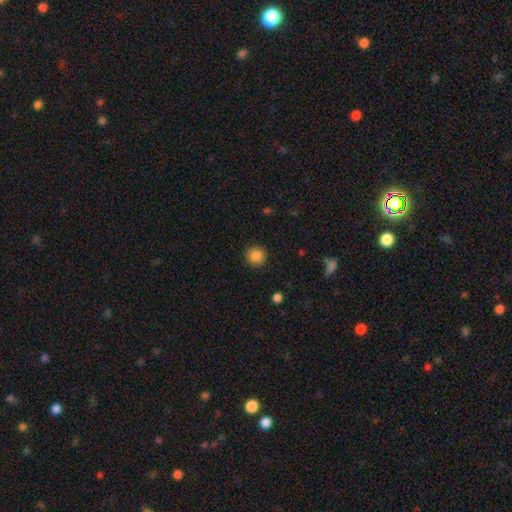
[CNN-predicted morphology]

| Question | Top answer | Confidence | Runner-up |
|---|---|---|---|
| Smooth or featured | smooth | 86% | star or artifact (9%) |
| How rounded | round | 93% | in between (6%) |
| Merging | none | 91% | minor disturbance (6%) |